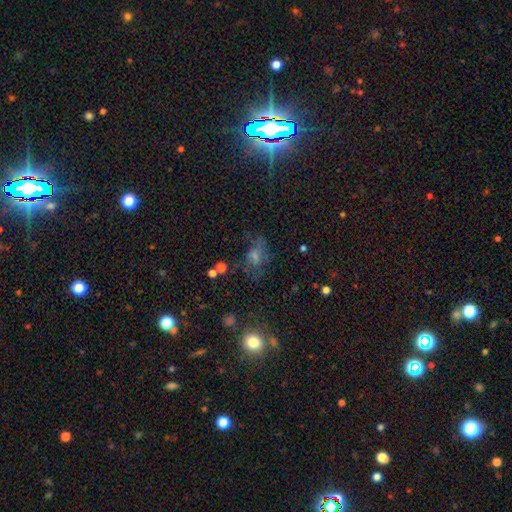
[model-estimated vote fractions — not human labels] smooth-or-featured: star or artifact: 44% | smooth: 28% | featured or disk: 28%